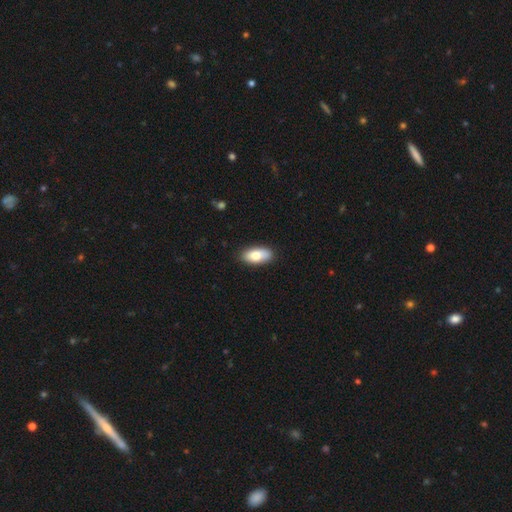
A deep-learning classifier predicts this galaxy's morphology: Smooth or featured?
  - smooth: 79% *
  - featured or disk: 15%
  - star or artifact: 6%
How rounded?
  - in between: 91% *
  - cigar-shaped: 6%
  - round: 3%
Merging?
  - none: 85% *
  - minor disturbance: 12%
  - major disturbance: 2%
  - merger: 1%